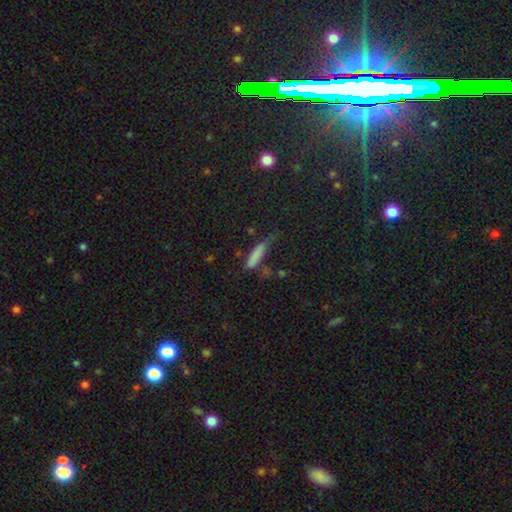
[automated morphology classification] This is likely a smooth galaxy (78%). How rounded: likely cigar-shaped (75%). Merging: possibly none (49%).